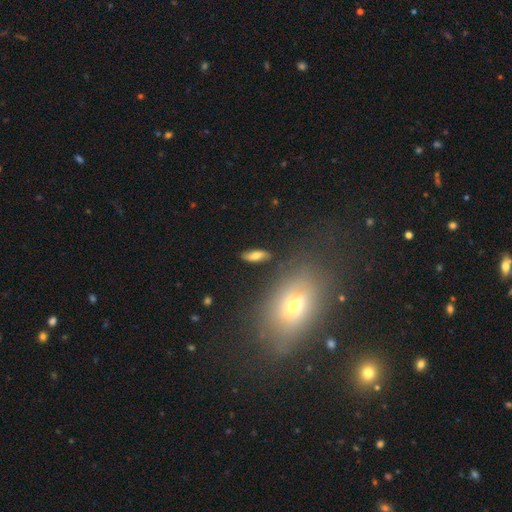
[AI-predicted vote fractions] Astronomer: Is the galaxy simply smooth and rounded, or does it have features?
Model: smooth — 67%.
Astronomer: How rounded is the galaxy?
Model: in between — 68%.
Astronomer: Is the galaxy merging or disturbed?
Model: none — 83%.